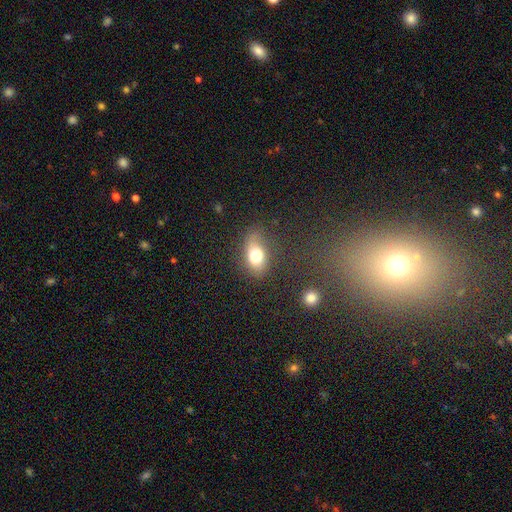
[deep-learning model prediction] Smooth or featured: smooth — 69% (featured or disk — 21%)
How rounded: in between — 84% (round — 13%)
Merging: none — 67% (minor disturbance — 21%)